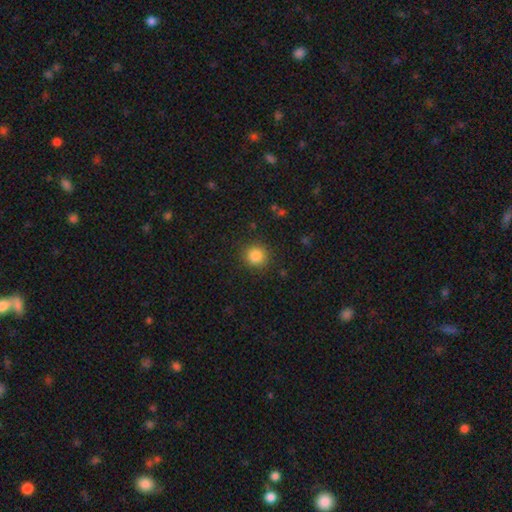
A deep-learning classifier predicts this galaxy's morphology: This appears to be a smooth galaxy with no disk features (85%) that is round (91%). Merging: none (89%).